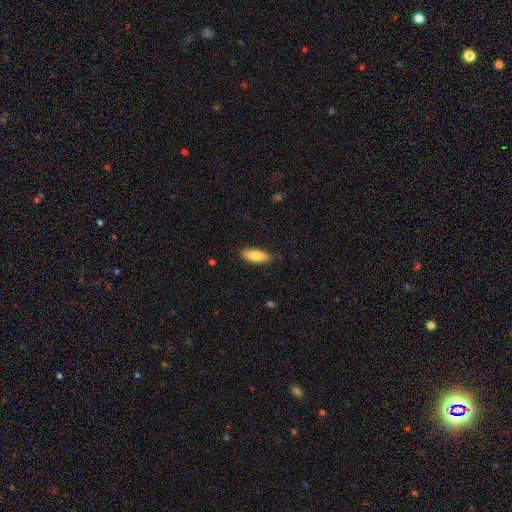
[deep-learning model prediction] smooth-or-featured: smooth: 81% | featured or disk: 13% | star or artifact: 6%
  how-rounded: in between: 64% | cigar-shaped: 34% | round: 2%
  merging: none: 83% | minor disturbance: 13% | major disturbance: 2% | merger: 1%